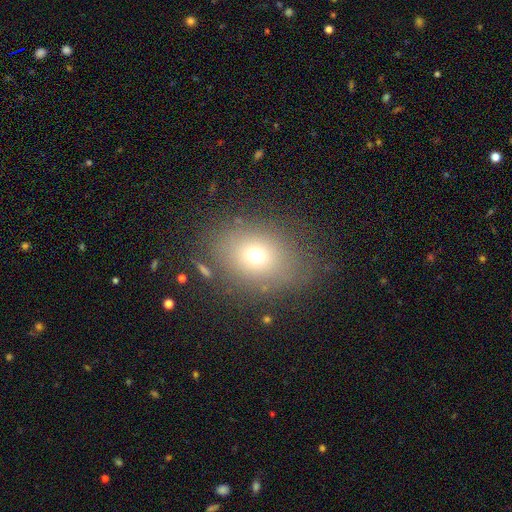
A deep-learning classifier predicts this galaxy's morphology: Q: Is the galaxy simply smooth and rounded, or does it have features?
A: smooth — 69%.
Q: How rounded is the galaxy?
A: in between — 56%.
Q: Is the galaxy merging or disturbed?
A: none — 76%.